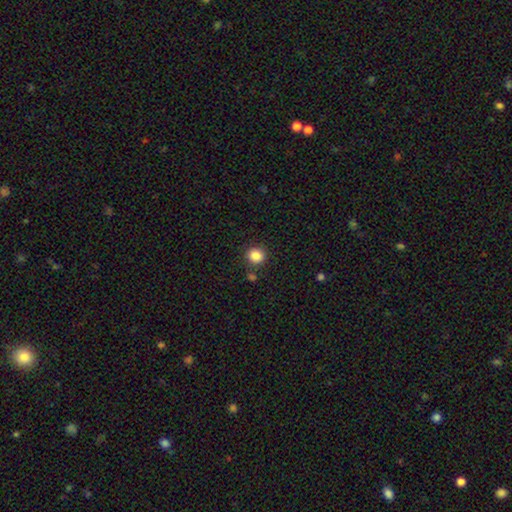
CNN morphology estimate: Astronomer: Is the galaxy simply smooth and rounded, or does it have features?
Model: smooth — 85%.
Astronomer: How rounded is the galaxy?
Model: round — 87%.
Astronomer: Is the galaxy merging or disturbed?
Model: none — 86%.